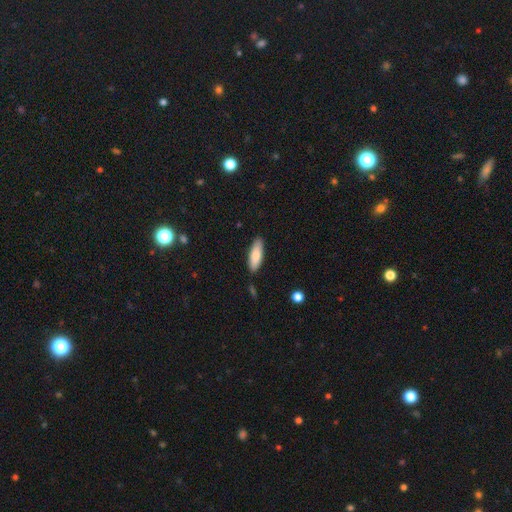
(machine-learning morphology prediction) A smooth galaxy with no disk features (80%) that is in between round and cigar-shaped (56%).

Vote fractions:
- Smooth or featured? smooth: 80% / featured or disk: 15% / star or artifact: 6%
- How rounded? in between: 56% / cigar-shaped: 42% / round: 2%
- Merging? none: 87% / minor disturbance: 10% / merger: 2% / major disturbance: 2%